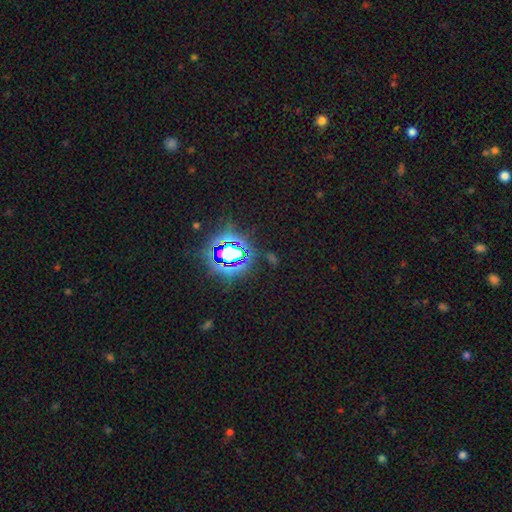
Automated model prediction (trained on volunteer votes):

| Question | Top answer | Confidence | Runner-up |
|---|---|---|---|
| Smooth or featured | star or artifact | 82% | smooth (11%) |